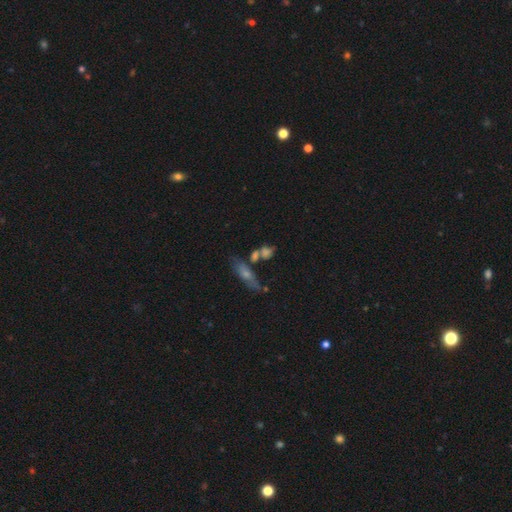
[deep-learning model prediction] Morphology: type=smooth (44%); merging=none (60%).